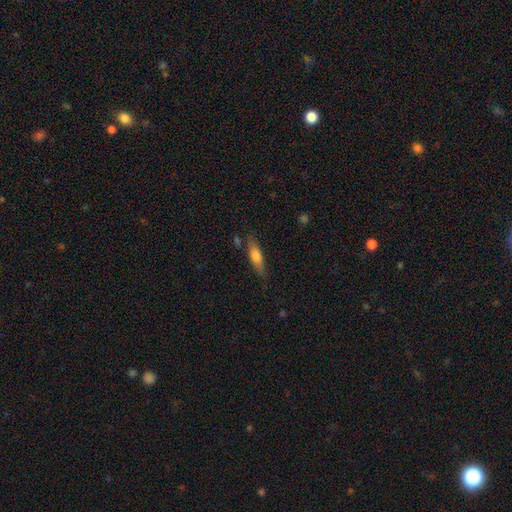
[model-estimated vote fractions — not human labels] smooth 63%, featured or disk 29%, star or artifact 7%. Down the decision tree: how rounded — cigar-shaped (64%); merging — none (74%).